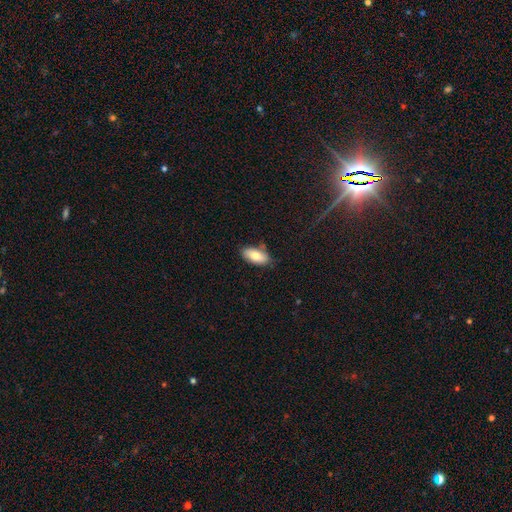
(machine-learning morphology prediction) Smooth or featured? smooth (79%)
How rounded? in between (90%)
Merging? none (79%)